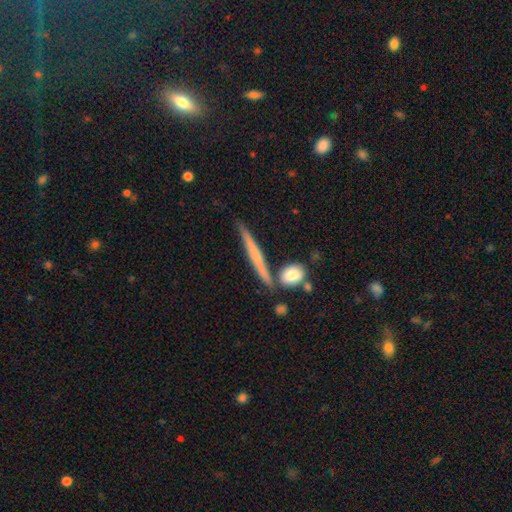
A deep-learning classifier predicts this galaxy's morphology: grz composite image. It shows a featured or disk galaxy (52%) viewed edge-on (95%). Merging: none (79%).